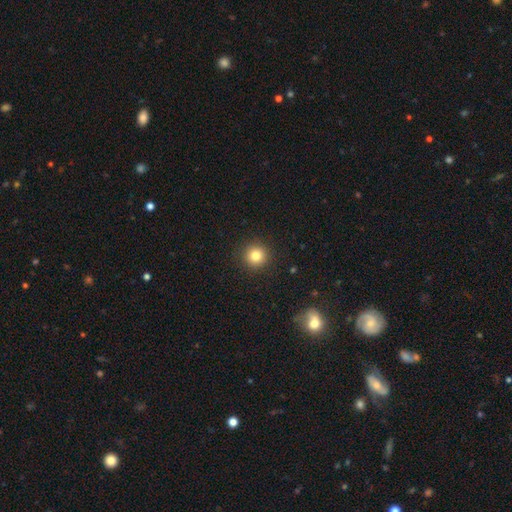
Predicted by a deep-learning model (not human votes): Smooth or featured?
  - smooth: 82% *
  - star or artifact: 12%
  - featured or disk: 6%
How rounded?
  - round: 94% *
  - in between: 5%
  - cigar-shaped: 1%
Merging?
  - none: 91% *
  - minor disturbance: 5%
  - major disturbance: 2%
  - merger: 1%